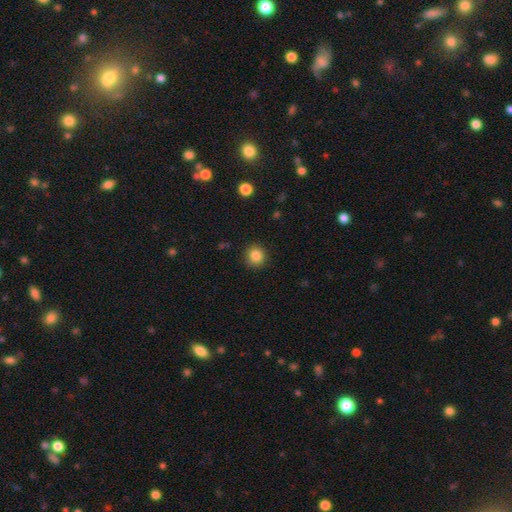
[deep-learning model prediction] Morphology: type=smooth (84%); roundness=round (88%); merging=none (90%).